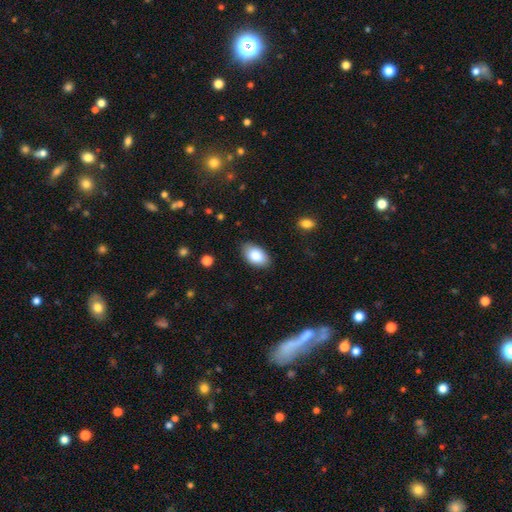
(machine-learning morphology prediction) Smooth or featured?
  - smooth: 86% *
  - featured or disk: 7%
  - star or artifact: 7%
How rounded?
  - in between: 94% *
  - round: 5%
  - cigar-shaped: 1%
Merging?
  - none: 85% *
  - minor disturbance: 12%
  - major disturbance: 3%
  - merger: 1%